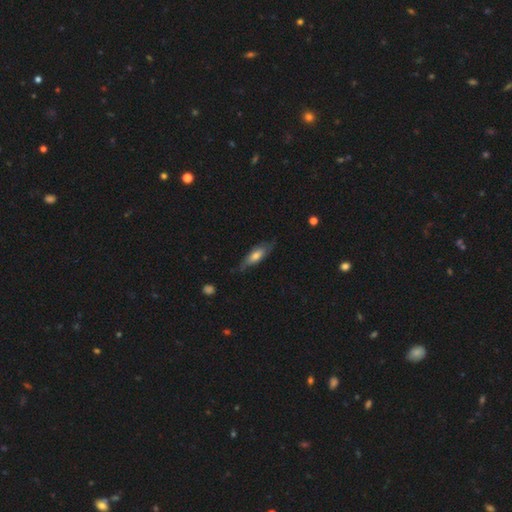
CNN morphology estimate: Smooth or featured?
  - smooth: 57% *
  - featured or disk: 37%
  - star or artifact: 6%
How rounded?
  - in between: 53% *
  - cigar-shaped: 45%
  - round: 2%
Merging?
  - none: 68% *
  - minor disturbance: 24%
  - major disturbance: 6%
  - merger: 2%